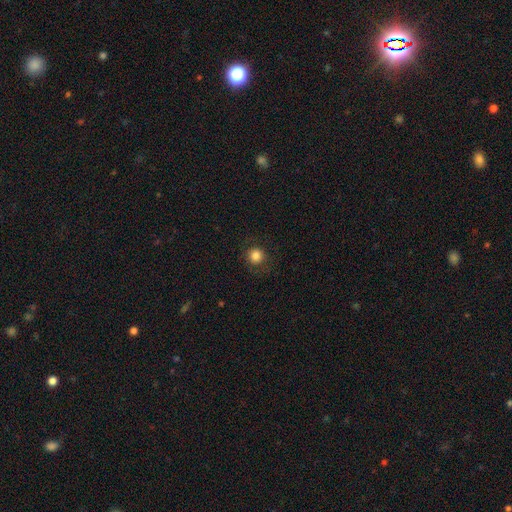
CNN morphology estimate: smooth-or-featured: smooth: 83% | star or artifact: 11% | featured or disk: 7%
  how-rounded: round: 93% | in between: 6% | cigar-shaped: 1%
  merging: none: 83% | minor disturbance: 11% | major disturbance: 6% | merger: 1%